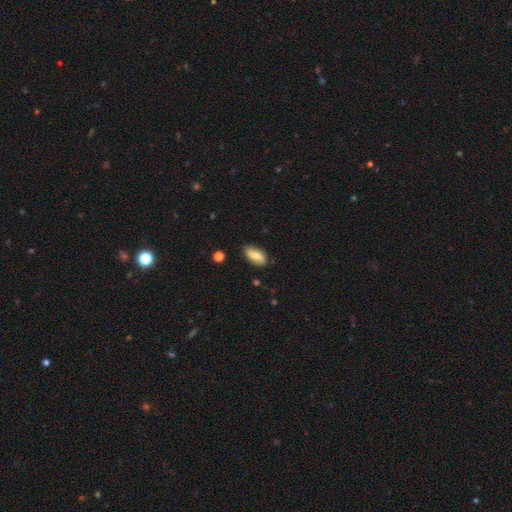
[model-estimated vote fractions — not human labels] Smooth or featured? smooth (66%)
How rounded? in between (89%)
Merging? none (80%)